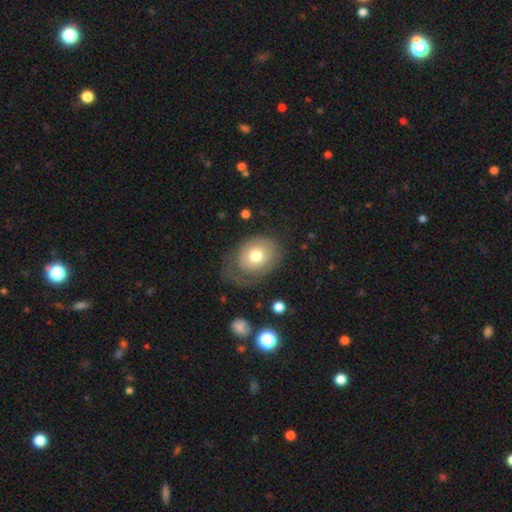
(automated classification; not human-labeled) Smooth or featured?
  - smooth: 64% *
  - featured or disk: 28%
  - star or artifact: 8%
How rounded?
  - in between: 53% *
  - round: 46%
  - cigar-shaped: 1%
Merging?
  - none: 47% *
  - minor disturbance: 26%
  - major disturbance: 26%
  - merger: 2%